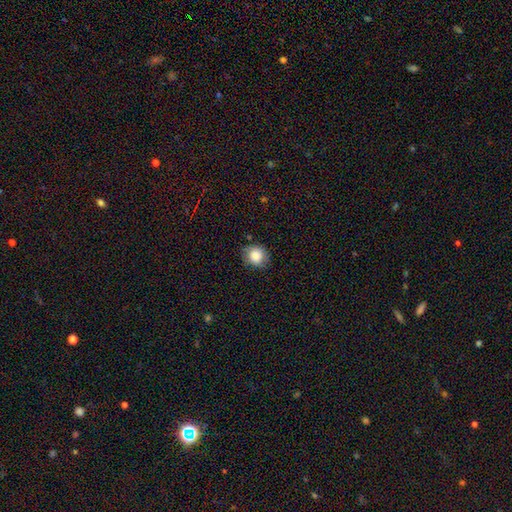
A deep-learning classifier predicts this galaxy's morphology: Smooth or featured? smooth (83%)
How rounded? round (79%)
Merging? none (77%)